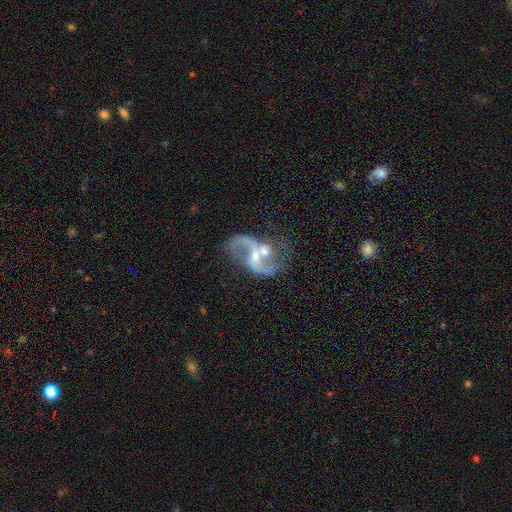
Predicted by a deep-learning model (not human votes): Overall: featured or disk (88%). Edge-on disk: no (98%). Bar: weak (41%; no 37%). Spiral arms: yes (94%). Spiral arm count: 2 (92%). Spiral winding: loose (72%). Bulge size: small (50%; moderate 41%). Merging: none (47%; merger 28%).